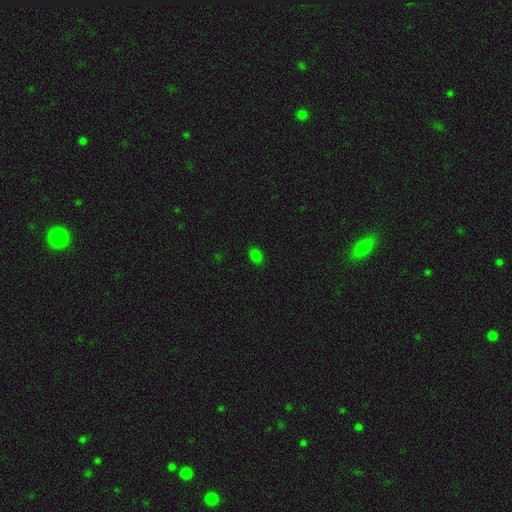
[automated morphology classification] The model was most divided on "how rounded": in between: 70%, round: 29%, cigar-shaped: 1%. More confident: merging — none (86%); smooth or featured — smooth (79%).